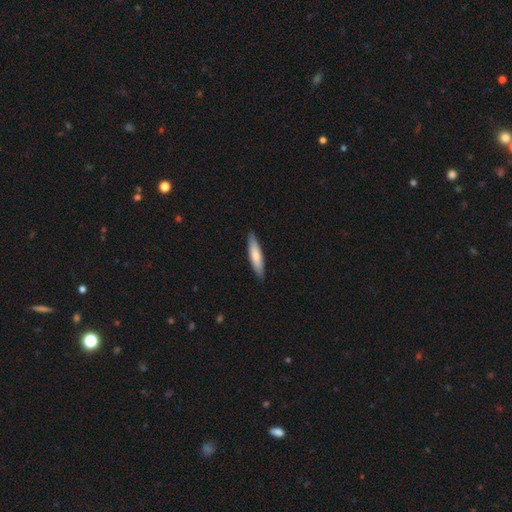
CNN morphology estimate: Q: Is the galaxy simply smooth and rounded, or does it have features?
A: smooth — 73%.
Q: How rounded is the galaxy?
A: cigar-shaped — 77%.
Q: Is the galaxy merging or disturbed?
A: none — 88%.